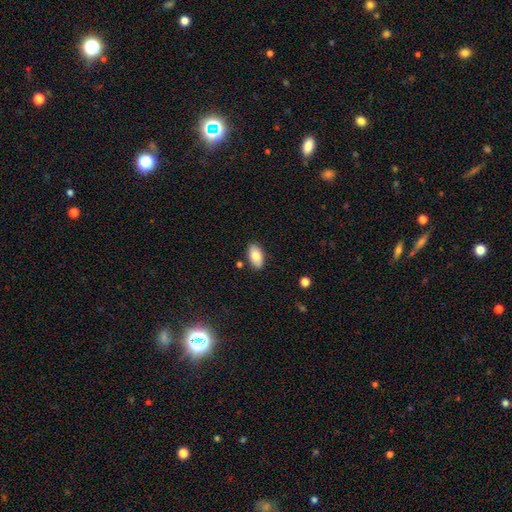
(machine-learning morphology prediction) Smooth or featured? smooth (79%)
How rounded? in between (94%)
Merging? none (84%)